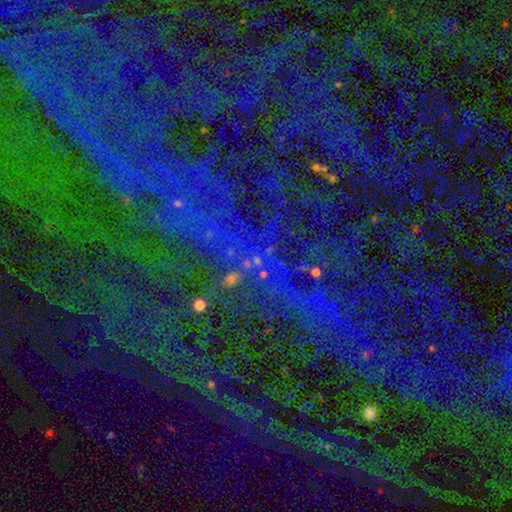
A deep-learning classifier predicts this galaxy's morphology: A star or artifact, not a galaxy (83%).